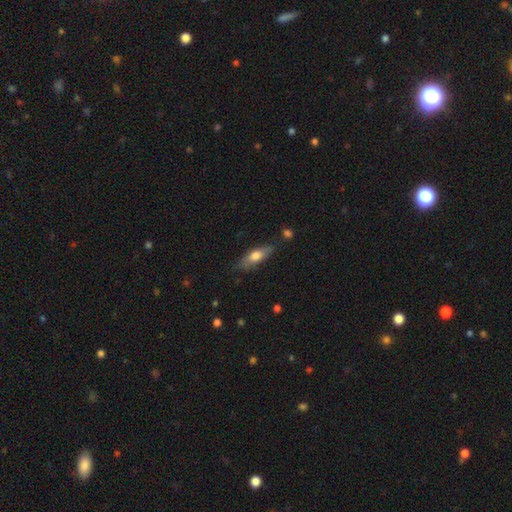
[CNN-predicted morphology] Smooth or featured: smooth — 65% (featured or disk — 29%)
How rounded: in between — 55% (cigar-shaped — 42%)
Merging: none — 75% (minor disturbance — 18%)